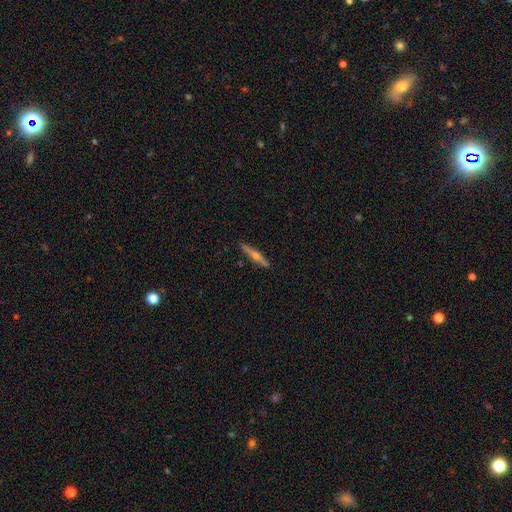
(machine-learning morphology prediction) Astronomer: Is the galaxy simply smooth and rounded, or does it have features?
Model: featured or disk — 68%.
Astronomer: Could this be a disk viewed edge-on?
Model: yes — 97%.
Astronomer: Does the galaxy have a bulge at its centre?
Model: rounded — 89%.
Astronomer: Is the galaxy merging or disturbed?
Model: none — 88%.